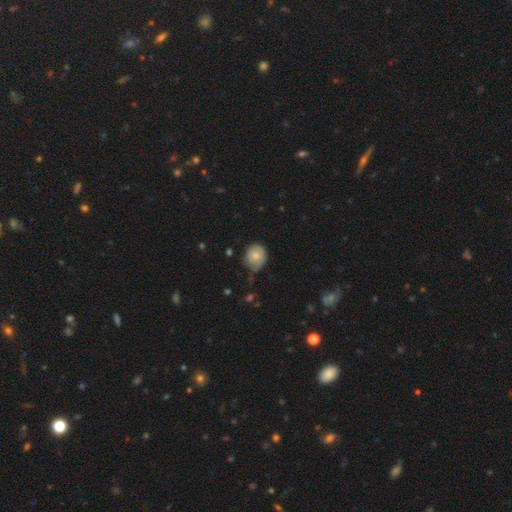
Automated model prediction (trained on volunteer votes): This is likely a smooth galaxy (77%). How rounded: likely round (72%). Merging: likely none (61%).